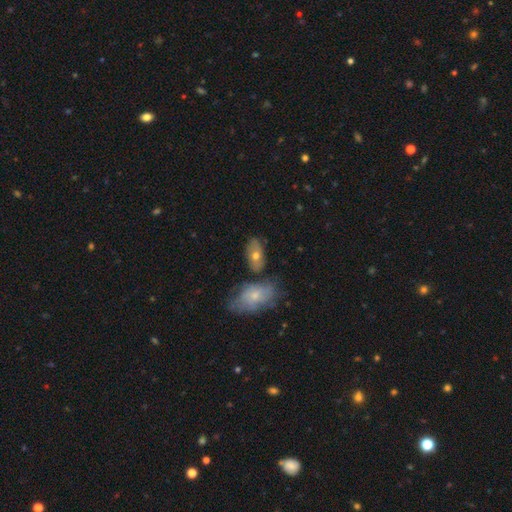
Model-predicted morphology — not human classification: Q: Smooth or featured?
A: smooth (60%); runner-up: featured or disk (33%)
Q: How rounded?
A: in between (90%); runner-up: round (7%)
Q: Merging?
A: none (58%); runner-up: merger (18%)